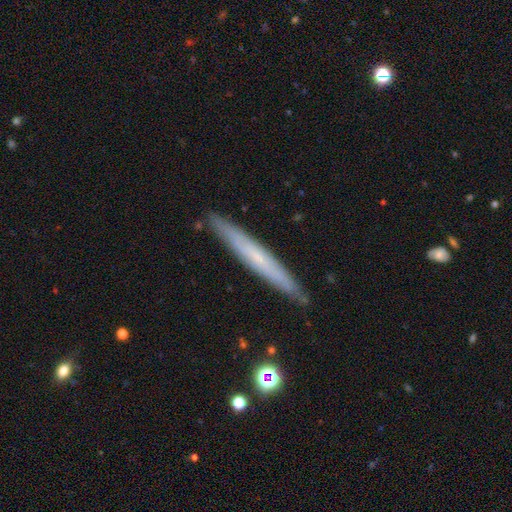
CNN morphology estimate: A featured or disk galaxy (49%). Merging: none (89%).